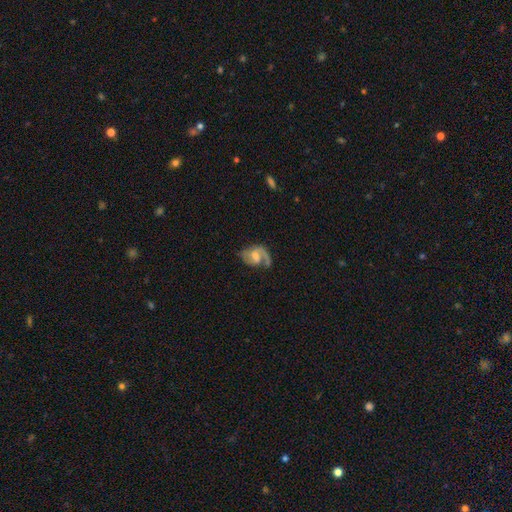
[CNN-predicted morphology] A featured or disk galaxy (78%) with a weak bar (48%), 2 (60%) medium (46%) spiral arms (92%) and a moderate central bulge (51%). Merging: none (52%).